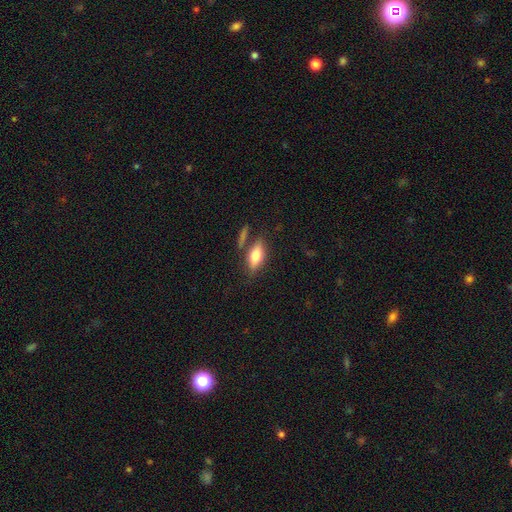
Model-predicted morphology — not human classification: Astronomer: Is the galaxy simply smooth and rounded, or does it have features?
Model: smooth — 66%.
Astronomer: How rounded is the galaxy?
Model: in between — 73%.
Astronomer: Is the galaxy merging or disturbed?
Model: none — 68%.